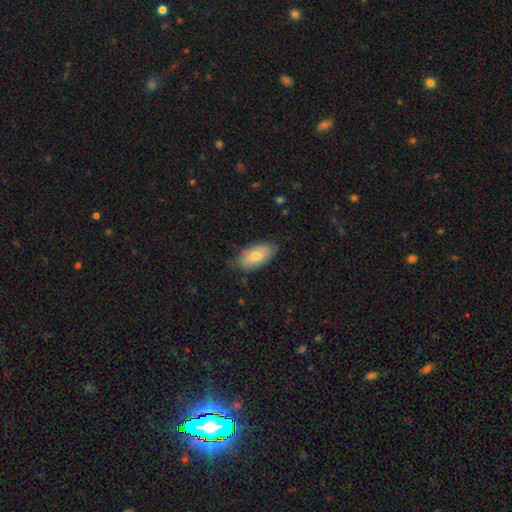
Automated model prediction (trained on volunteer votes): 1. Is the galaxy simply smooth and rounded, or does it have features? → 76% smooth, 17% featured or disk, 6% star or artifact.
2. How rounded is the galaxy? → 92% in between, 5% cigar-shaped, 3% round.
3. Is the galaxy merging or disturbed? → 76% none, 20% minor disturbance, 3% major disturbance, 1% merger.